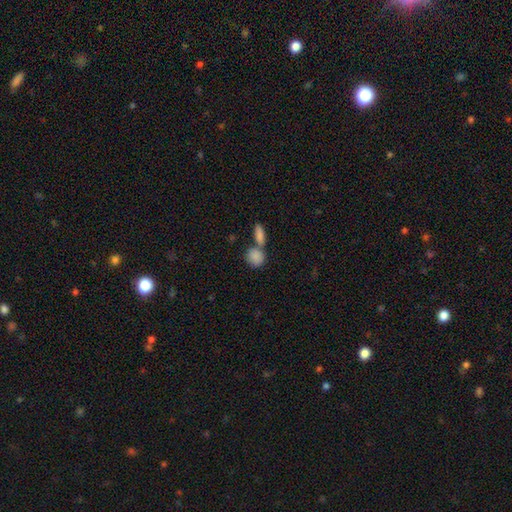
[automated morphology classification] smooth 86%, star or artifact 7%, featured or disk 7%. Down the decision tree: how rounded — round (56%); merging — none (45%).